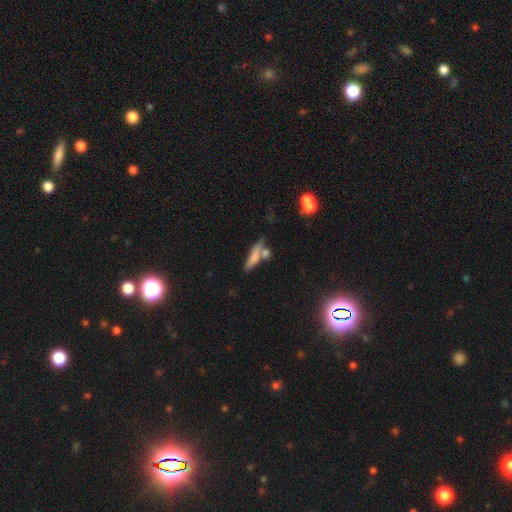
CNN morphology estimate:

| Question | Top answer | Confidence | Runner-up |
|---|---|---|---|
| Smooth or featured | smooth | 68% | featured or disk (22%) |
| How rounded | cigar-shaped | 75% | in between (21%) |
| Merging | none | 47% | merger (32%) |